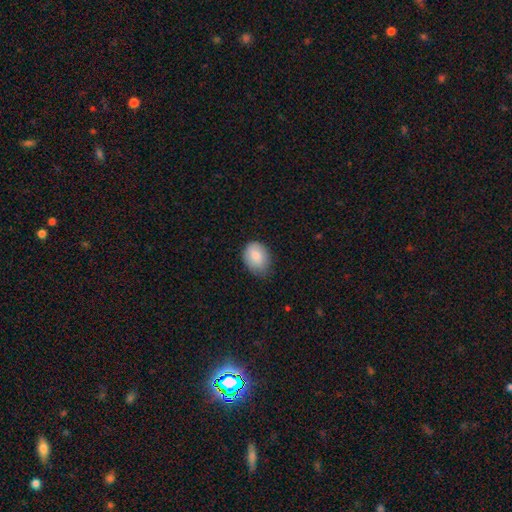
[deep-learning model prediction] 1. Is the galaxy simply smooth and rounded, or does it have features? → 85% smooth, 8% featured or disk, 7% star or artifact.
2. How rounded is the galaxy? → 65% in between, 34% round, 1% cigar-shaped.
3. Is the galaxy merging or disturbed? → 61% none, 32% minor disturbance, 6% major disturbance, 1% merger.